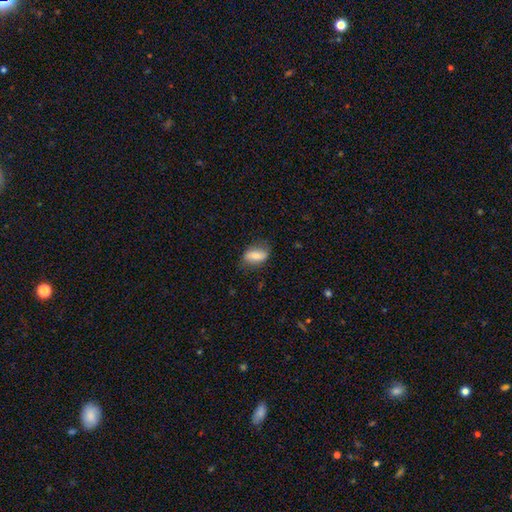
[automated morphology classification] smooth_or_featured: smooth (p=0.67) [alt: featured or disk p=0.26]
how_rounded: in between (p=0.84) [alt: round p=0.09]
merging: none (p=0.72) [alt: minor disturbance p=0.21]